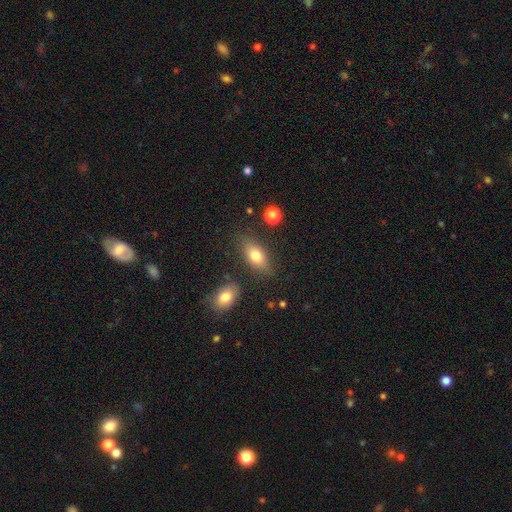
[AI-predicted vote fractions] smooth-or-featured: smooth: 76% | featured or disk: 15% | star or artifact: 9%
  how-rounded: in between: 85% | cigar-shaped: 9% | round: 6%
  merging: none: 79% | minor disturbance: 13% | merger: 4% | major disturbance: 4%